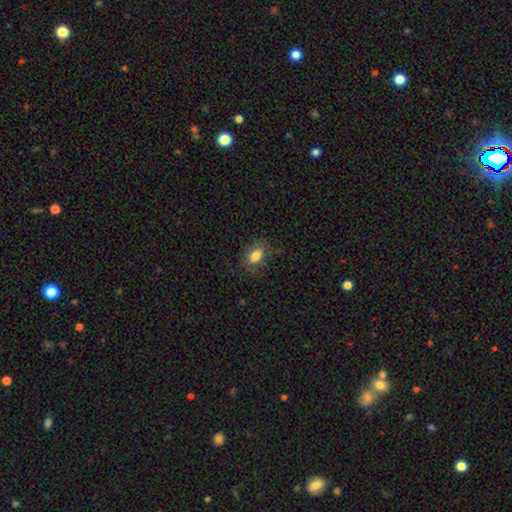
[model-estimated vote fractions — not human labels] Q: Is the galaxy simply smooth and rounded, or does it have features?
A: smooth — 79%.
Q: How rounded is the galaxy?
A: in between — 85%.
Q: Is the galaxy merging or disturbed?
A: none — 74%.